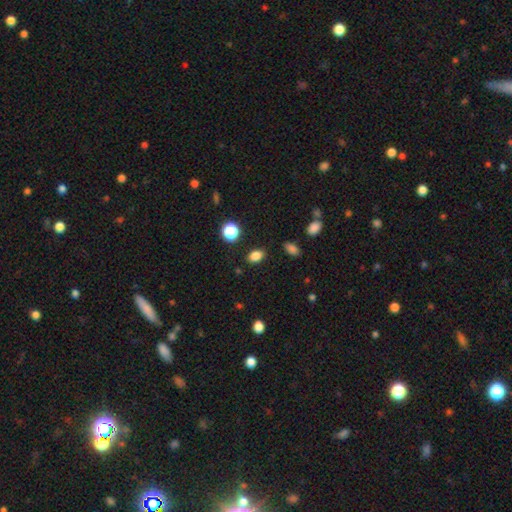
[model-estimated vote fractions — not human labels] Smooth or featured? Predicted: smooth (p=0.83). How rounded? Predicted: in between (p=0.80). Merging? Predicted: none (p=0.86).